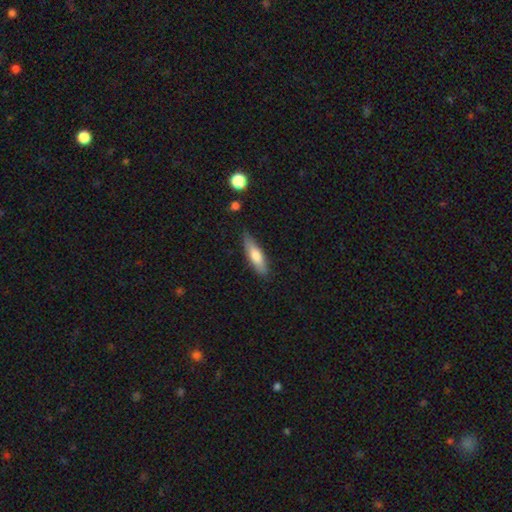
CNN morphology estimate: This appears to be a smooth galaxy with no disk features (72%) that is cigar-shaped (59%). Merging: none (79%).